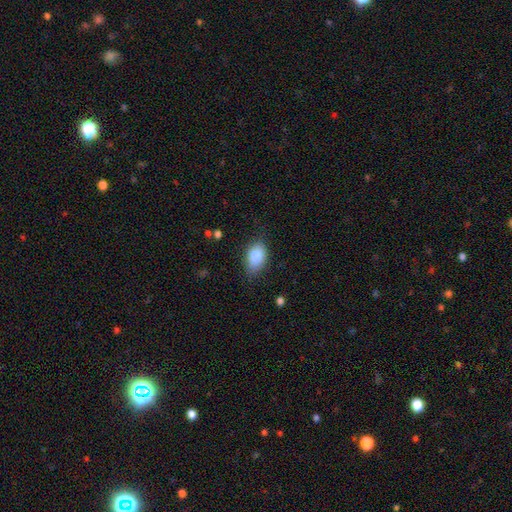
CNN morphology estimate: Smooth or featured? smooth (83%)
How rounded? in between (88%)
Merging? none (74%)